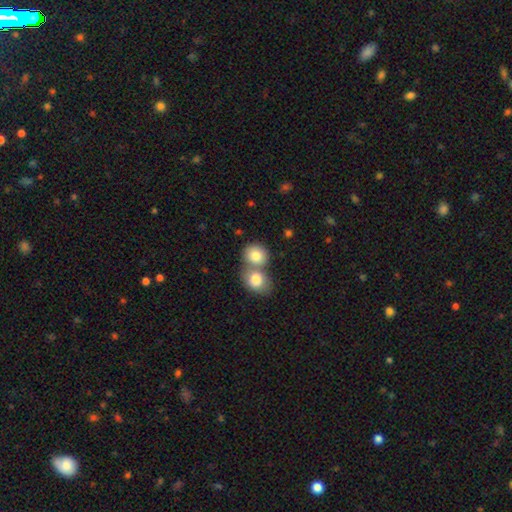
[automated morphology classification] smooth_or_featured: smooth (p=0.80) [alt: featured or disk p=0.12]
how_rounded: round (p=0.73) [alt: in between p=0.26]
merging: merger (p=0.59) [alt: none p=0.32]